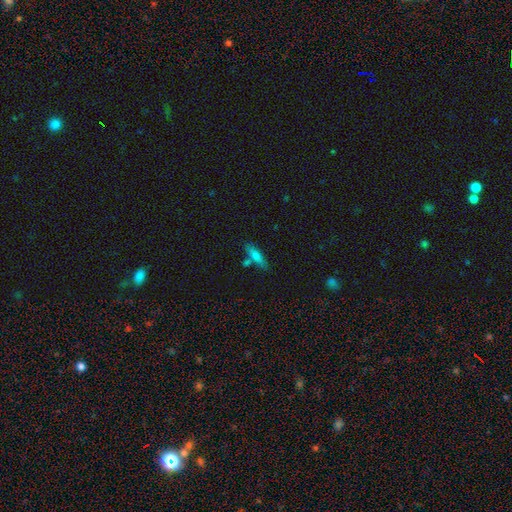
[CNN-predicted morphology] smooth_or_featured: smooth (p=0.70) [alt: featured or disk p=0.22]
how_rounded: cigar-shaped (p=0.63) [alt: in between p=0.35]
merging: none (p=0.69) [alt: minor disturbance p=0.14]